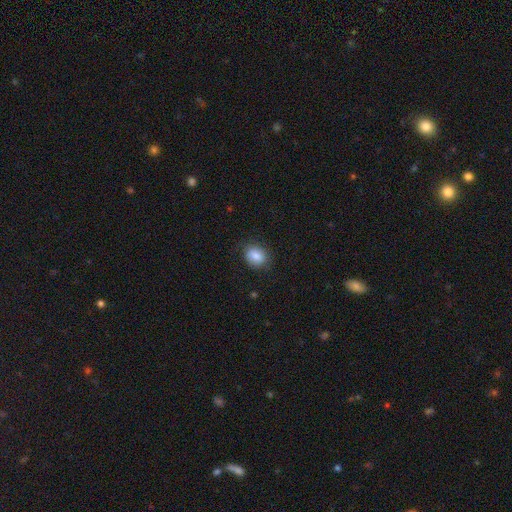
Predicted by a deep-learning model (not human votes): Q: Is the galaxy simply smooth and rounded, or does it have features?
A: smooth — 85%.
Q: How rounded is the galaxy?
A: round — 50%.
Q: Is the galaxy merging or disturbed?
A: none — 81%.